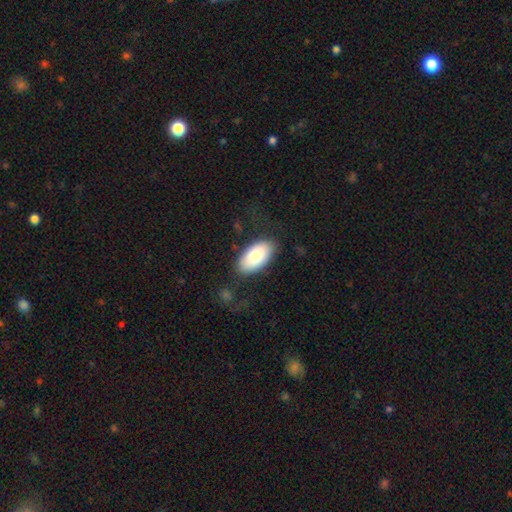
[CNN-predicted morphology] Smooth or featured? smooth (80%)
How rounded? in between (95%)
Merging? none (77%)